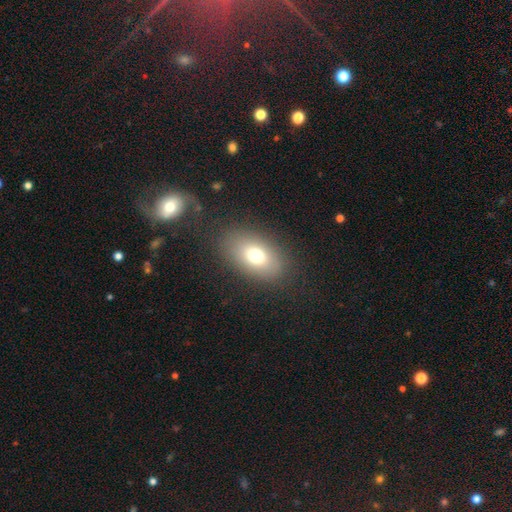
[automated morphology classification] Overall: smooth (73%). How rounded: in between (84%). Merging: none (83%).